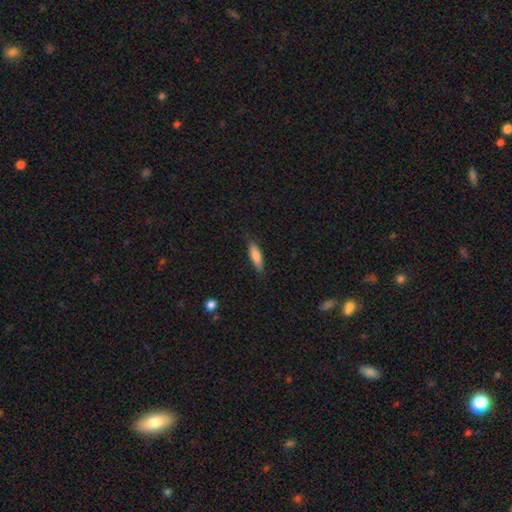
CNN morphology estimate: smooth-or-featured: smooth: 77% | featured or disk: 17% | star or artifact: 6%
  how-rounded: cigar-shaped: 59% | in between: 40% | round: 2%
  merging: none: 81% | minor disturbance: 15% | major disturbance: 3% | merger: 1%